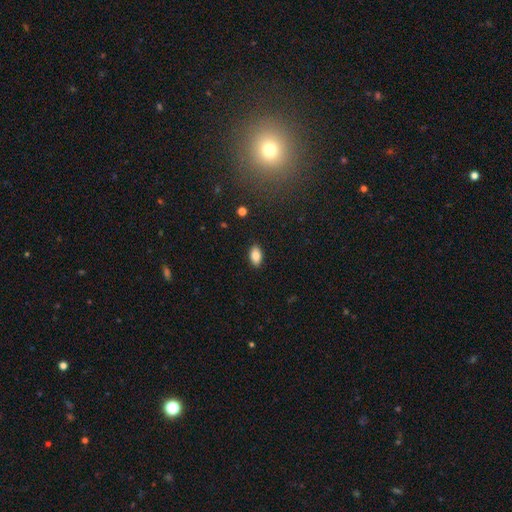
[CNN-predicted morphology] Smooth or featured? Predicted: smooth (p=0.85). How rounded? Predicted: in between (p=0.92). Merging? Predicted: none (p=0.89).